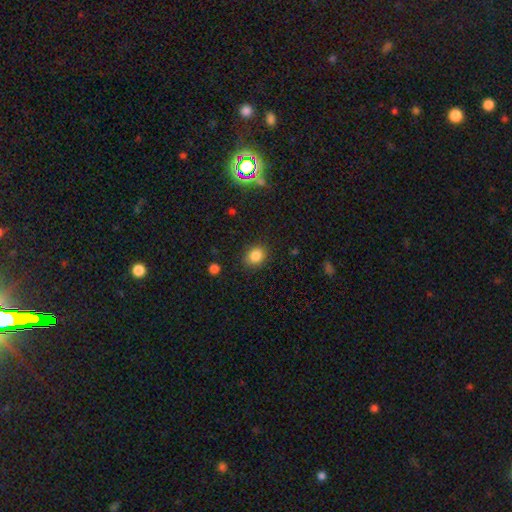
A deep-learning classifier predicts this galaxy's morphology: Smooth or featured? Predicted: smooth (p=0.85). How rounded? Predicted: round (p=0.63). Merging? Predicted: none (p=0.85).